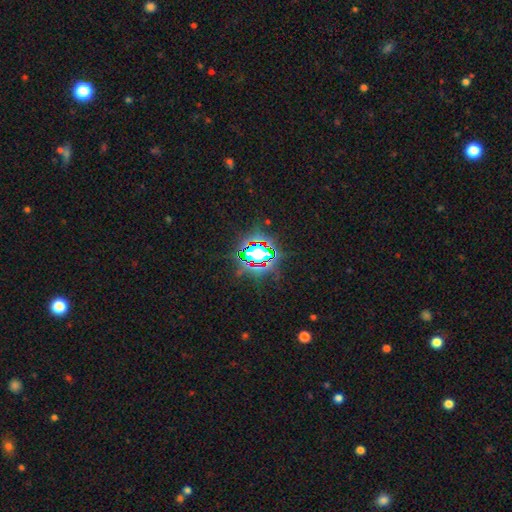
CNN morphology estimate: star or artifact 74%, smooth 15%, featured or disk 12%.